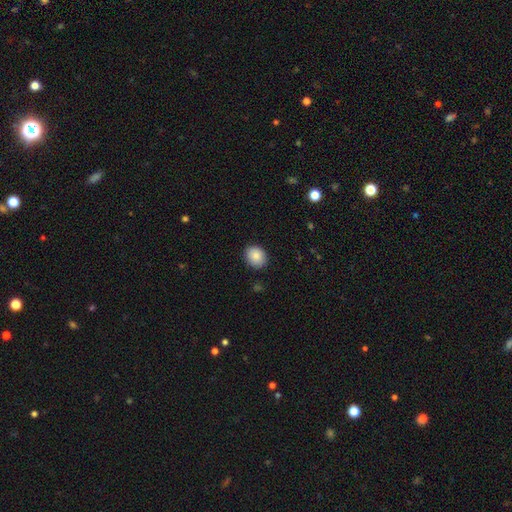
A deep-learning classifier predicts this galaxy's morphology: smooth-or-featured: smooth: 86% | star or artifact: 8% | featured or disk: 6%
  how-rounded: round: 57% | in between: 42% | cigar-shaped: 1%
  merging: none: 87% | minor disturbance: 10% | major disturbance: 2% | merger: 1%